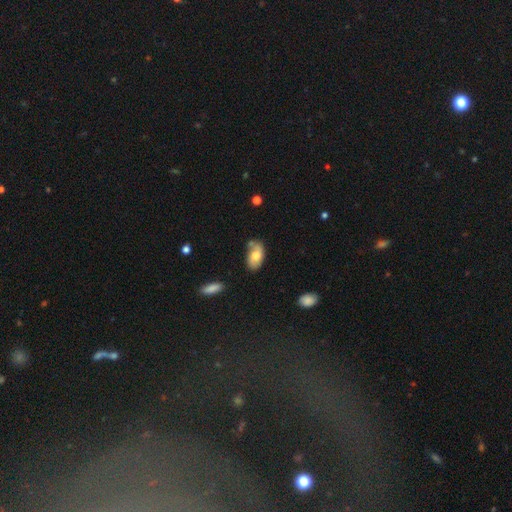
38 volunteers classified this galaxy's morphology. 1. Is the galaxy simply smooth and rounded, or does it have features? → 76% smooth, 16% featured or disk, 8% star or artifact.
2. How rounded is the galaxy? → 93% in between, 7% round, 0% cigar-shaped.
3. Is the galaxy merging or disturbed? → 54% none, 29% minor disturbance, 14% merger, 3% major disturbance.